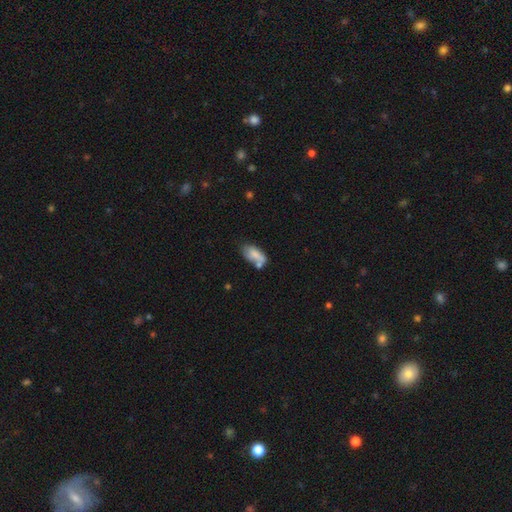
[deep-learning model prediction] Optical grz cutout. It shows a smooth galaxy with no disk features (72%) that is in between round and cigar-shaped (89%). Merging: none (39%).